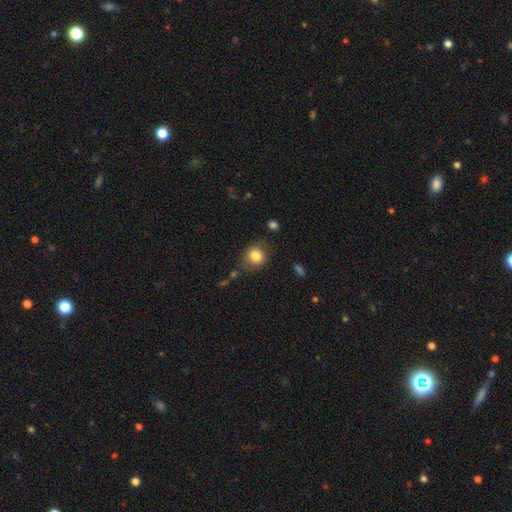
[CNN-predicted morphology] smooth-or-featured: smooth: 81% | featured or disk: 11% | star or artifact: 9%
  how-rounded: round: 71% | in between: 28% | cigar-shaped: 1%
  merging: none: 69% | minor disturbance: 20% | major disturbance: 7% | merger: 4%